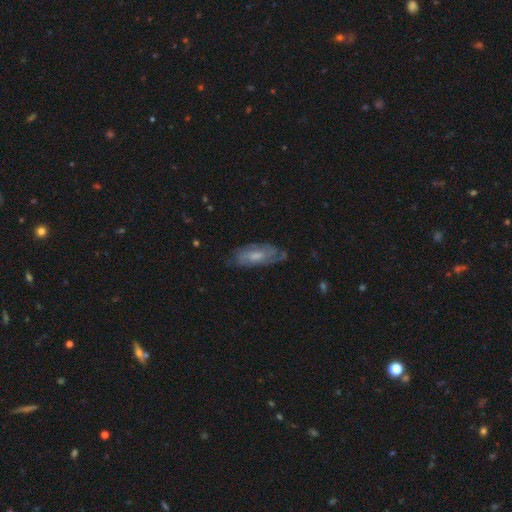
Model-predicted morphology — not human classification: smooth-or-featured: featured or disk: 64% | smooth: 29% | star or artifact: 7%
  disk-edge-on: no: 87% | yes: 13%
    bar: no: 60% | weak: 35% | strong: 6%
    has-spiral-arms: yes: 85% | no: 15%
    bulge-size: moderate: 47% | small: 35% | none: 10% | large: 6% | dominant: 1%
  merging: none: 67% | minor disturbance: 23% | major disturbance: 8% | merger: 2%